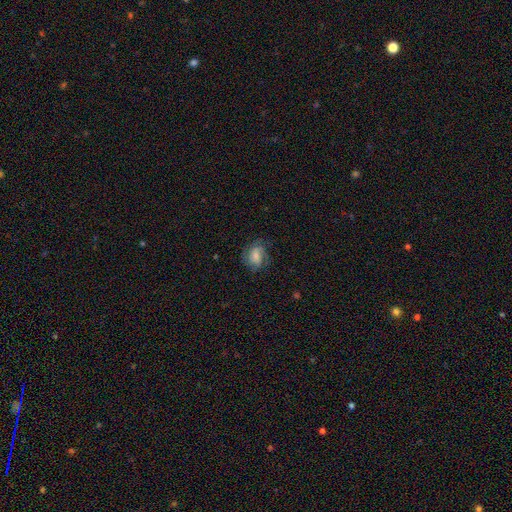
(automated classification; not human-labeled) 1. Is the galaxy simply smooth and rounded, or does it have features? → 52% featured or disk, 39% smooth, 9% star or artifact.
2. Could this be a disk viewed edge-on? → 97% no, 3% yes.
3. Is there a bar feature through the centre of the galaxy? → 49% no, 39% weak, 11% strong.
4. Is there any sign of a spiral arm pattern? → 87% yes, 13% no.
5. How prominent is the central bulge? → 41% small, 35% moderate, 12% none, 10% large, 2% dominant.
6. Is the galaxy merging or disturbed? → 65% none, 21% minor disturbance, 13% major disturbance, 1% merger.